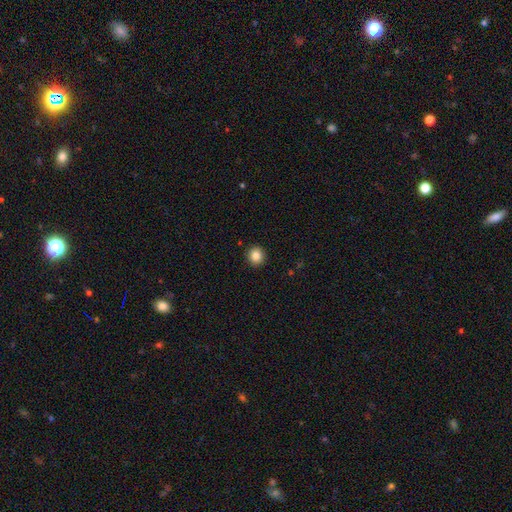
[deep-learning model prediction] This appears to be a smooth galaxy with no disk features (85%) that is round (93%). Merging: none (93%).